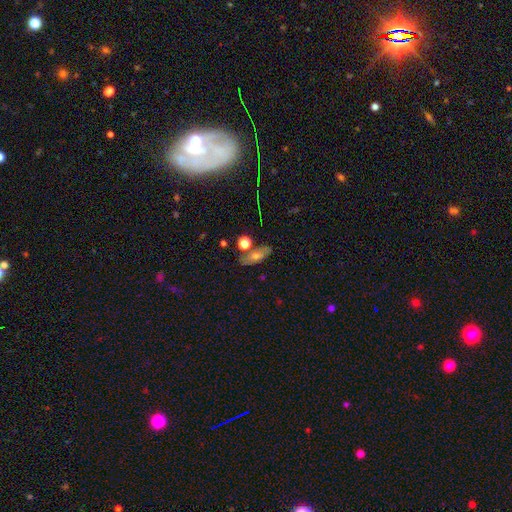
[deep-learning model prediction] smooth_or_featured: smooth (p=0.49) [alt: featured or disk p=0.34]
merging: none (p=0.72) [alt: minor disturbance p=0.14]